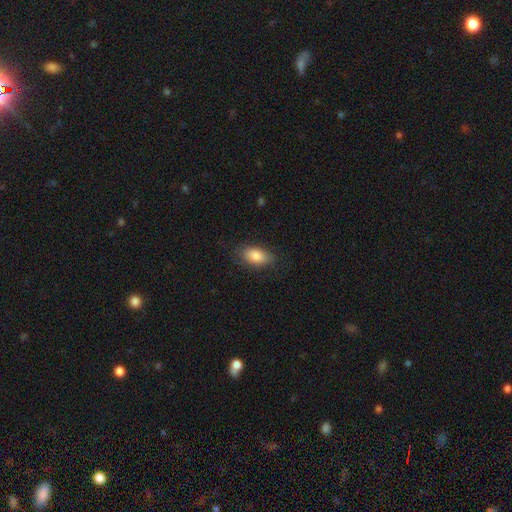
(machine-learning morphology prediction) smooth-or-featured: smooth: 85% | featured or disk: 8% | star or artifact: 7%
  how-rounded: in between: 90% | round: 6% | cigar-shaped: 4%
  merging: none: 79% | minor disturbance: 15% | major disturbance: 4% | merger: 1%